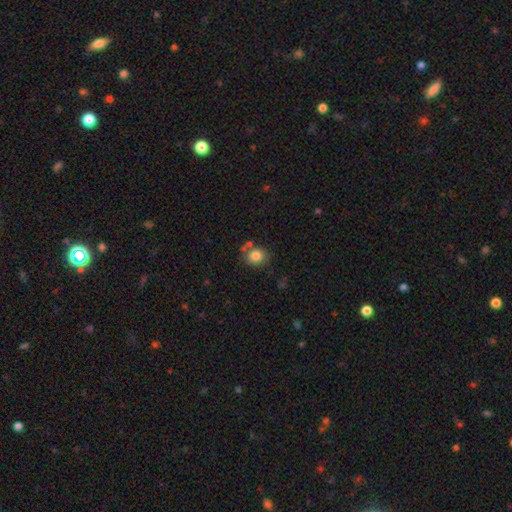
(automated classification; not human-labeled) This is clearly a smooth galaxy (83%). How rounded: likely round (76%). Merging: likely none (70%).